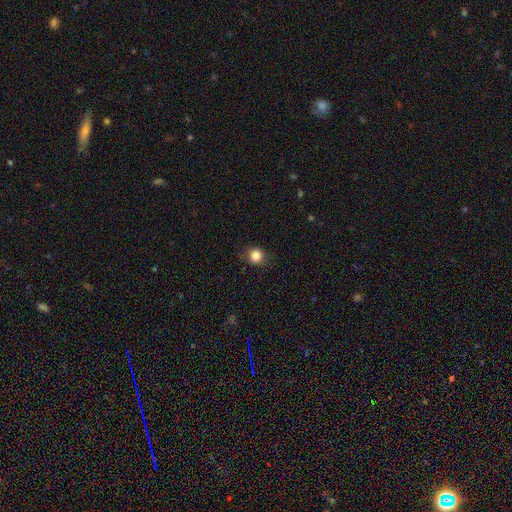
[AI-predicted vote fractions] smooth-or-featured: smooth: 84% | star or artifact: 11% | featured or disk: 5%
  how-rounded: round: 82% | in between: 17% | cigar-shaped: 1%
  merging: none: 83% | minor disturbance: 13% | major disturbance: 4% | merger: 1%